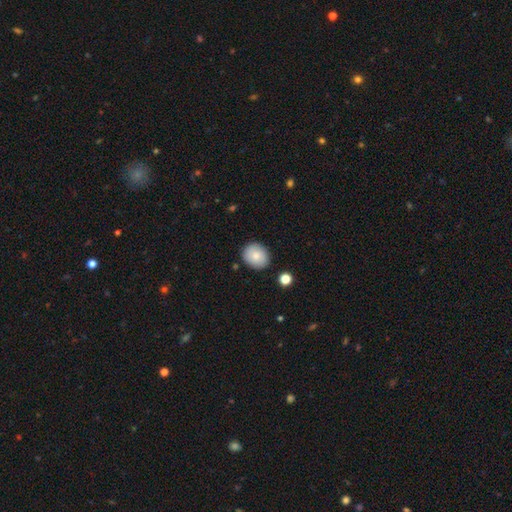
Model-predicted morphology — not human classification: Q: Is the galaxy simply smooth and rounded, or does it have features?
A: smooth — 82%.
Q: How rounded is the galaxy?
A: round — 67%.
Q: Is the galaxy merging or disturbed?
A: none — 87%.